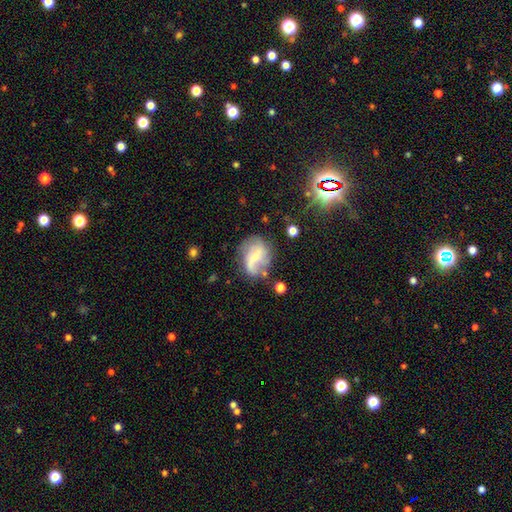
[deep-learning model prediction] smooth_or_featured: featured or disk (p=0.60) [alt: smooth p=0.27]
disk_edge_on: no (p=0.96) [alt: yes p=0.04]
bar: weak (p=0.42) [alt: no p=0.38]
has_spiral_arms: yes (p=0.81) [alt: no p=0.19]
bulge_size: small (p=0.54) [alt: moderate p=0.26]
merging: none (p=0.54) [alt: minor disturbance p=0.24]